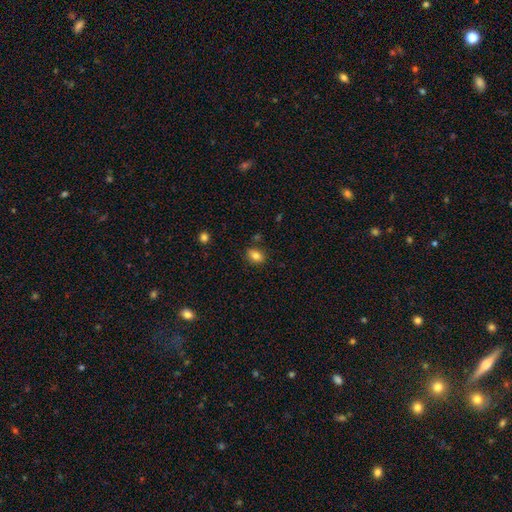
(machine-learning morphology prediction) A smooth galaxy with no disk features (81%) that is in between round and cigar-shaped (67%). Merging: none (80%).